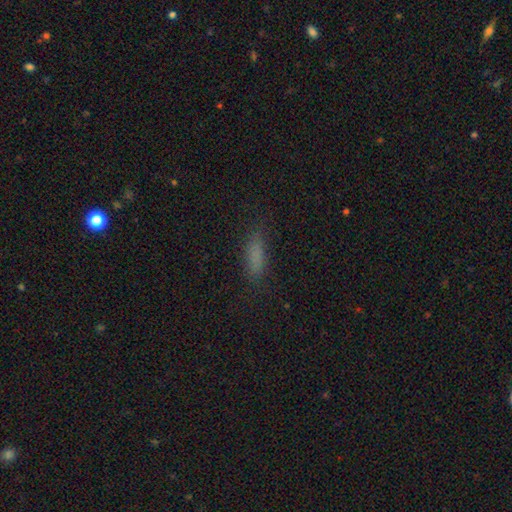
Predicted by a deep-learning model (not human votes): smooth_or_featured: smooth (p=0.78) [alt: star or artifact p=0.13]
how_rounded: cigar-shaped (p=0.57) [alt: in between p=0.40]
merging: none (p=0.80) [alt: minor disturbance p=0.14]